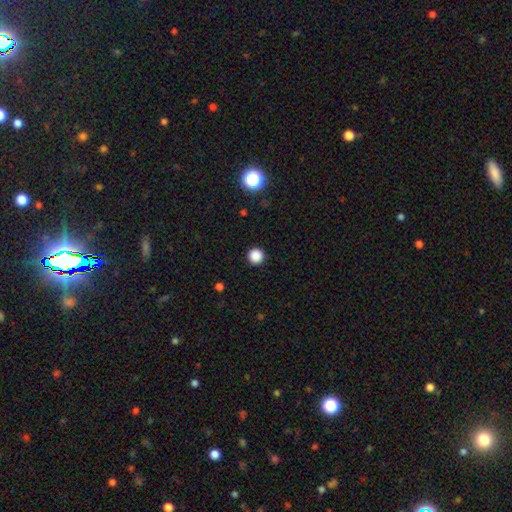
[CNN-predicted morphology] smooth-or-featured: smooth: 86% | star or artifact: 11% | featured or disk: 2%
  how-rounded: round: 96% | in between: 3% | cigar-shaped: 1%
  merging: none: 93% | minor disturbance: 4% | major disturbance: 2% | merger: 1%